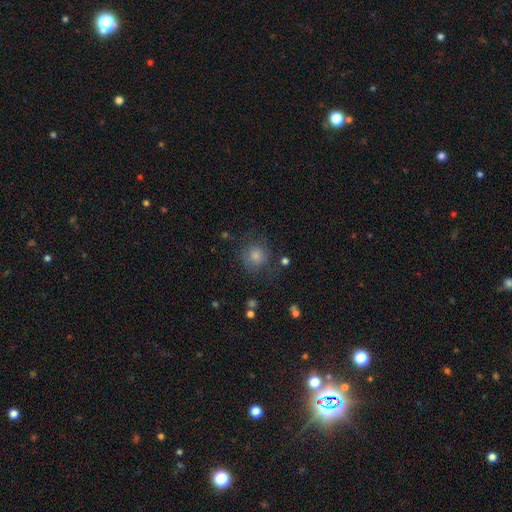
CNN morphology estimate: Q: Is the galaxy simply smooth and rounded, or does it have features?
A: smooth — 61%.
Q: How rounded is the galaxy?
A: round — 89%.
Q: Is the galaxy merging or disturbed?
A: none — 74%.